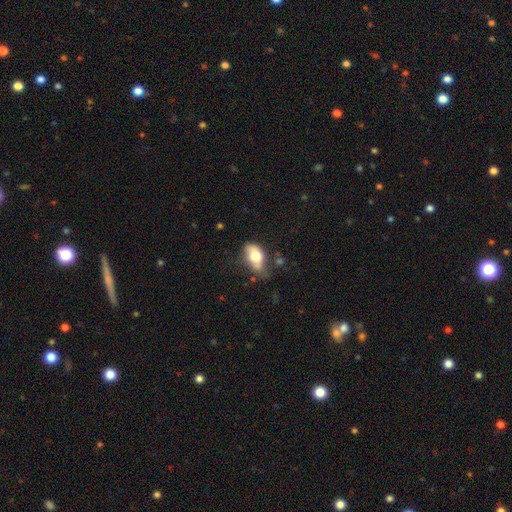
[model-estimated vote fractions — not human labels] Q: Smooth or featured?
A: smooth (70%); runner-up: featured or disk (23%)
Q: How rounded?
A: in between (89%); runner-up: round (8%)
Q: Merging?
A: none (43%); runner-up: minor disturbance (35%)